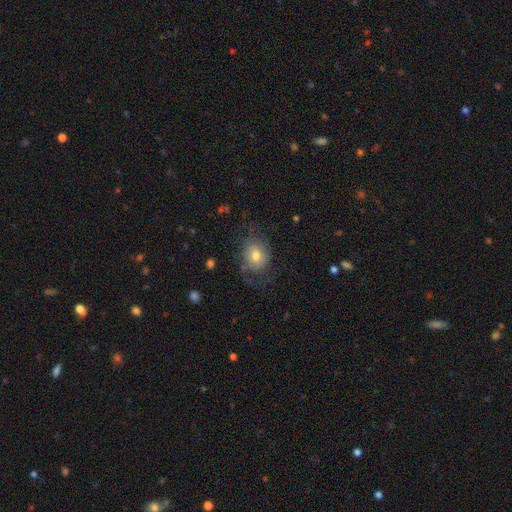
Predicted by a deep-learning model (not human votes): smooth-or-featured: smooth: 51% | featured or disk: 40% | star or artifact: 9%
  how-rounded: round: 54% | in between: 45% | cigar-shaped: 1%
  merging: none: 56% | major disturbance: 21% | minor disturbance: 21% | merger: 2%